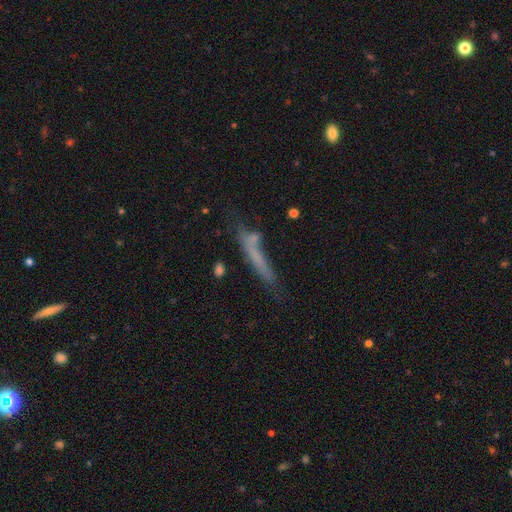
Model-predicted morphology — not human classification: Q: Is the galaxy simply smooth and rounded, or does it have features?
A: smooth — 54%.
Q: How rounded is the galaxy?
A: cigar-shaped — 90%.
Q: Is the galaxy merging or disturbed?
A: none — 52%.